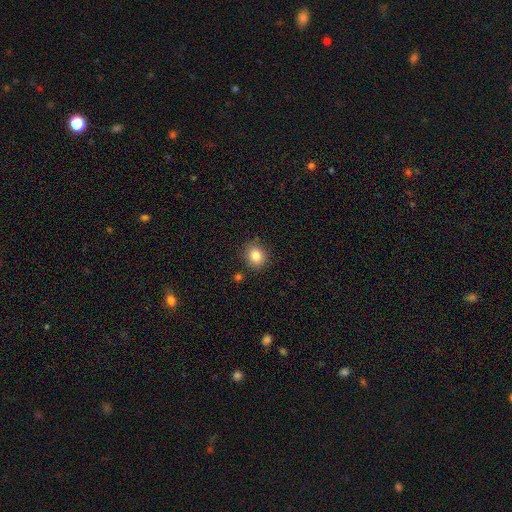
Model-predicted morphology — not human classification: This appears to be a smooth galaxy with no disk features (84%) that is round (70%). Merging: none (85%).